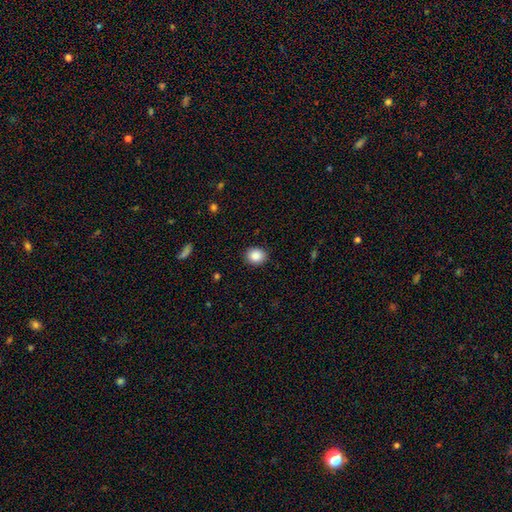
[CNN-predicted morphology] smooth 88%, star or artifact 9%, featured or disk 4%. Down the decision tree: how rounded — round (68%); merging — none (89%).